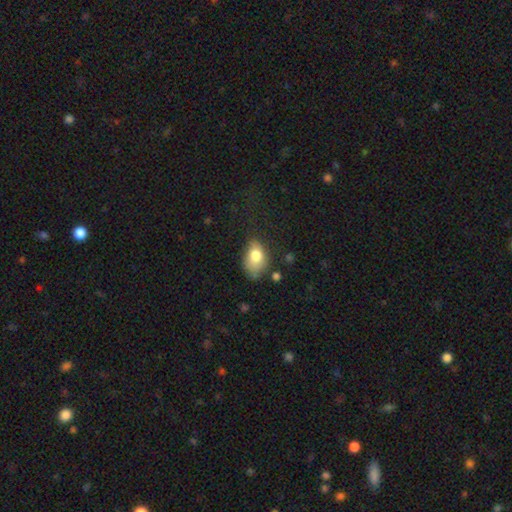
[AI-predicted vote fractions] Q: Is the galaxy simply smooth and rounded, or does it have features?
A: smooth — 78%.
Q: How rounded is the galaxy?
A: in between — 81%.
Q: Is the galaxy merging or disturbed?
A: none — 44%.